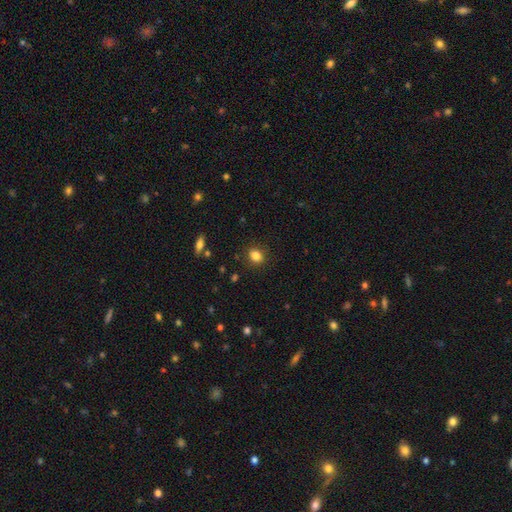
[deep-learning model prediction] Smooth or featured? Predicted: smooth (p=0.85). How rounded? Predicted: in between (p=0.52). Merging? Predicted: none (p=0.87).